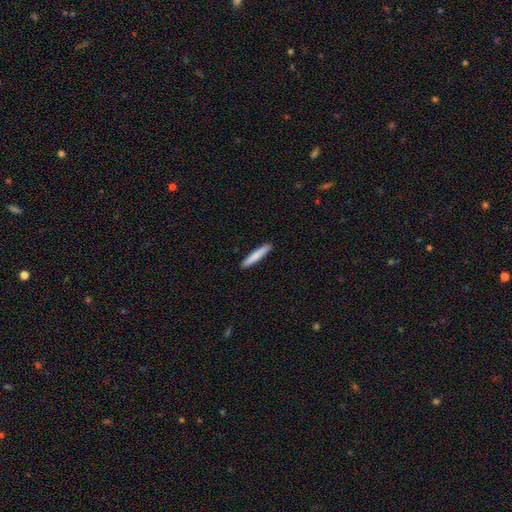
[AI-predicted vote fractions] smooth 81%, featured or disk 14%, star or artifact 5%. Down the decision tree: how rounded — cigar-shaped (94%); merging — none (92%).